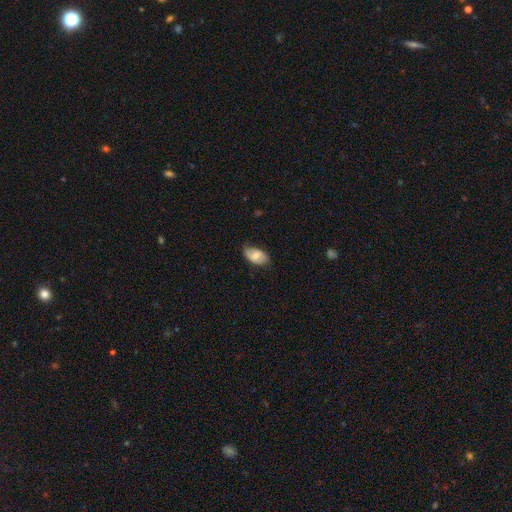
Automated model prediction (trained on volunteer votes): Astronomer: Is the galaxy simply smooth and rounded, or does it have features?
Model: smooth — 61%.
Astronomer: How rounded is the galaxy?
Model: in between — 93%.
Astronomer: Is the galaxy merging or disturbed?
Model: none — 69%.